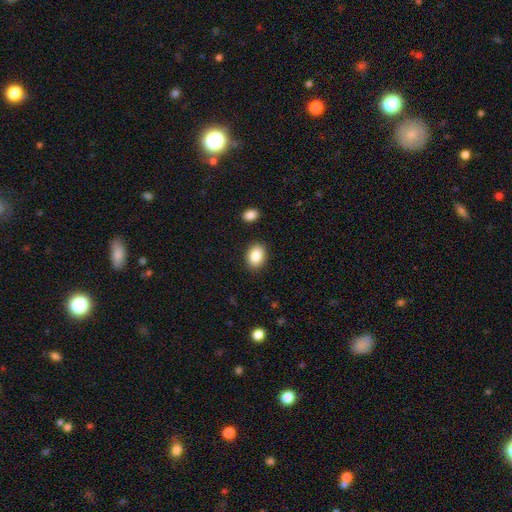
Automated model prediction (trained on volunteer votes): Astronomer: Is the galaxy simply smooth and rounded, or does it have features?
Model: smooth — 86%.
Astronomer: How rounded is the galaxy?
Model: in between — 70%.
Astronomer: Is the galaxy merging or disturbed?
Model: none — 88%.